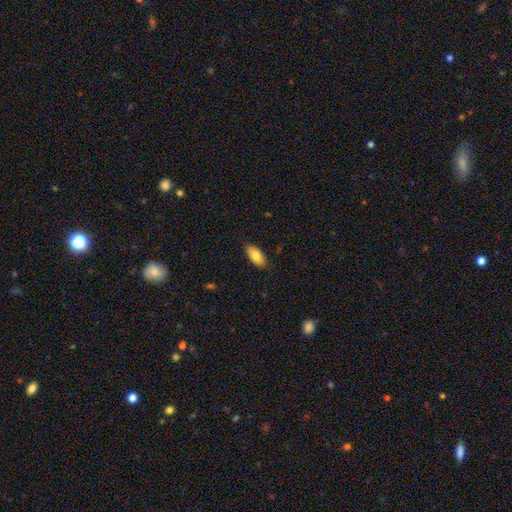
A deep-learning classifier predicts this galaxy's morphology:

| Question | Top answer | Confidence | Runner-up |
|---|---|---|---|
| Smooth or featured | smooth | 81% | featured or disk (12%) |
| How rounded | in between | 88% | cigar-shaped (10%) |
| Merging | none | 86% | minor disturbance (11%) |